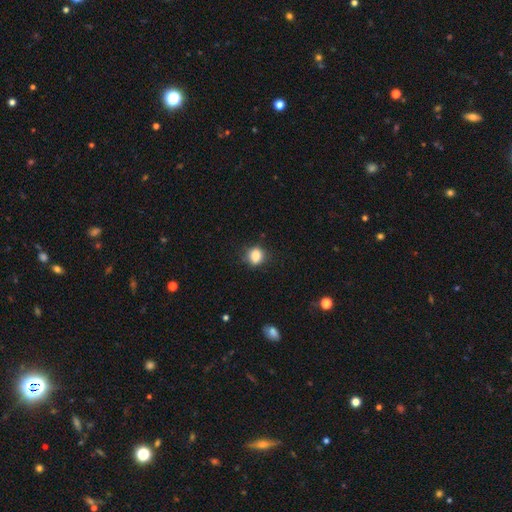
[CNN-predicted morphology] The model was most divided on "how rounded": round: 61%, in between: 37%, cigar-shaped: 1%. More confident: smooth or featured — smooth (85%); merging — none (74%).